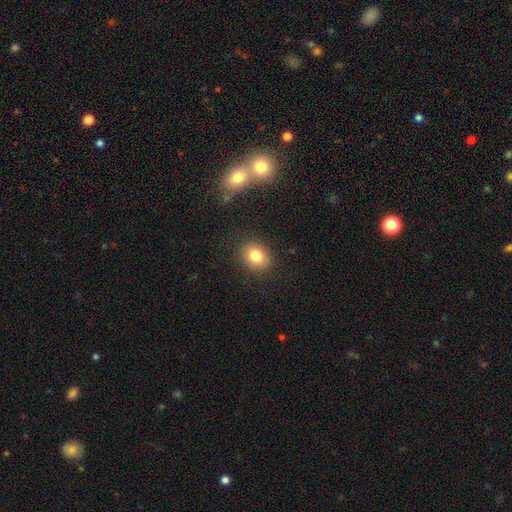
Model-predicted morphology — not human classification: Smooth or featured? Predicted: smooth (p=0.81). How rounded? Predicted: round (p=0.64). Merging? Predicted: none (p=0.87).